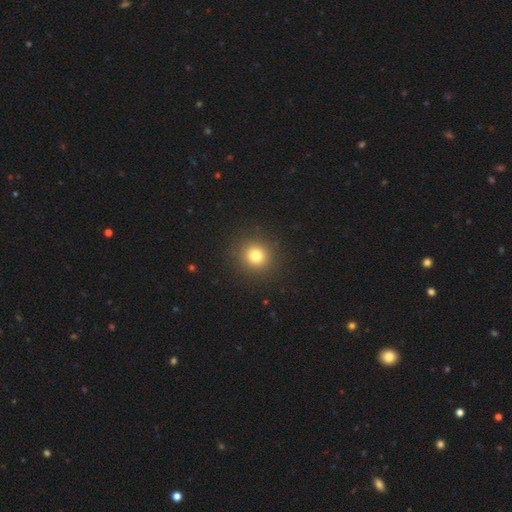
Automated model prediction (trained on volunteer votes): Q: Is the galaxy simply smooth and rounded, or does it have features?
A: smooth — 77%.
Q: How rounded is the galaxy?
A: round — 93%.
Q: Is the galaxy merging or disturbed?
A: none — 91%.